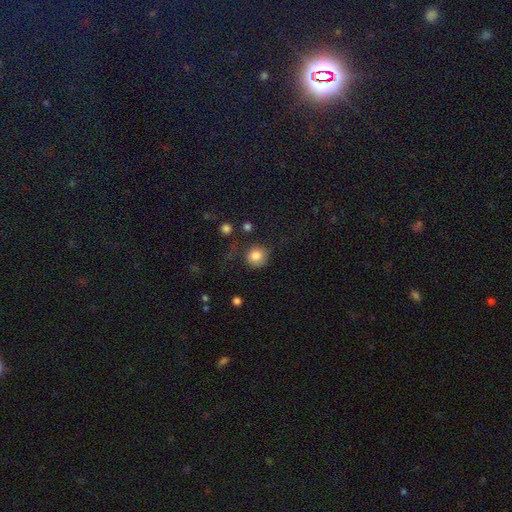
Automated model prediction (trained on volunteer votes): Smooth or featured: smooth — 83% (star or artifact — 9%)
How rounded: round — 88% (in between — 11%)
Merging: none — 64% (minor disturbance — 19%)